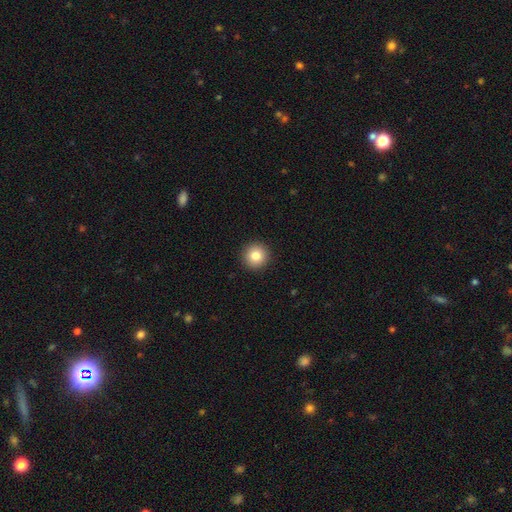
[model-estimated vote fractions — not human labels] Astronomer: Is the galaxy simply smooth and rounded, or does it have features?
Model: smooth — 82%.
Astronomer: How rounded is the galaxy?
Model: round — 95%.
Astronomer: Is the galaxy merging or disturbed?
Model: none — 93%.